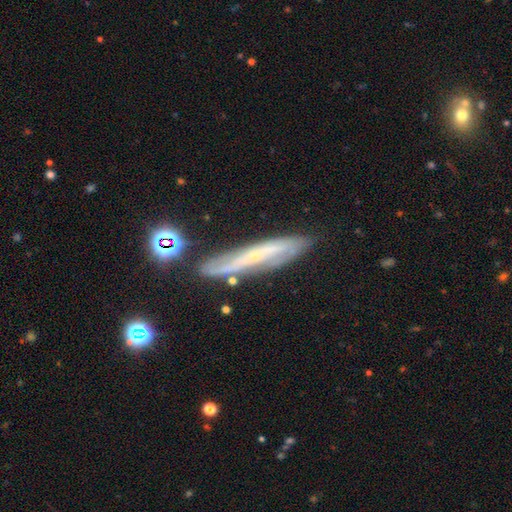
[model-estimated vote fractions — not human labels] smooth_or_featured: featured or disk (p=0.67) [alt: smooth p=0.23]
disk_edge_on: yes (p=0.61) [alt: no p=0.39]
merging: none (p=0.73) [alt: minor disturbance p=0.18]